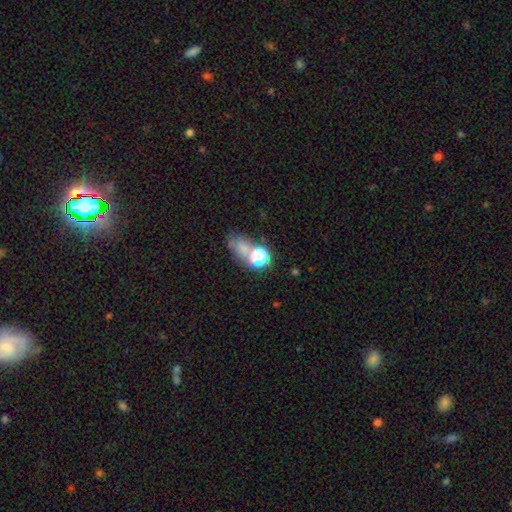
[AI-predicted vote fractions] Morphology: type=smooth (51%); roundness=round (50%); merging=none (49%).